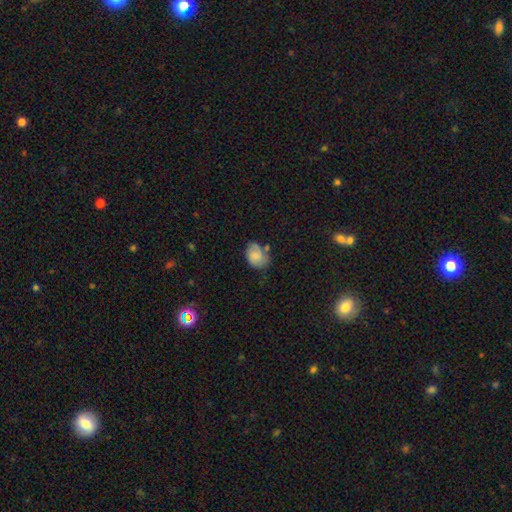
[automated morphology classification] This appears to be a smooth galaxy with no disk features (65%) that is in between round and cigar-shaped (69%). Merging: none (50%).